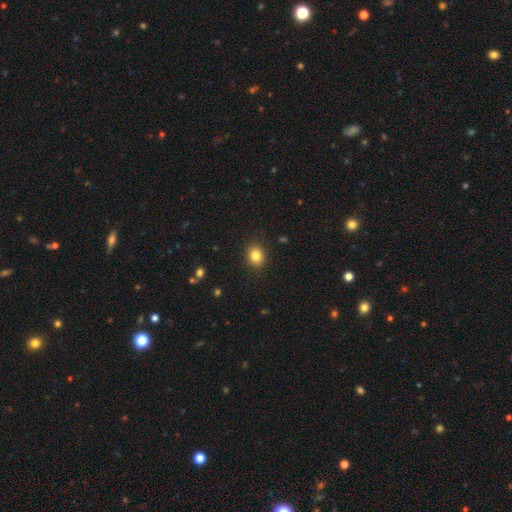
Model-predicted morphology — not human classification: Smooth or featured? smooth (84%)
How rounded? round (57%)
Merging? none (89%)